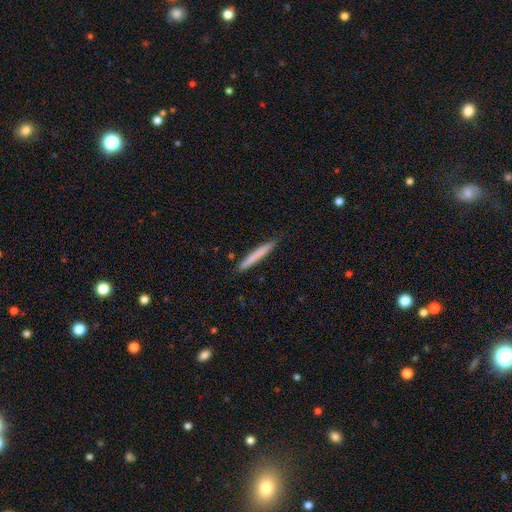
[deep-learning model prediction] The model was most divided on "smooth or featured": smooth: 73%, featured or disk: 22%, star or artifact: 6%. More confident: how rounded — cigar-shaped (97%); merging — none (87%).